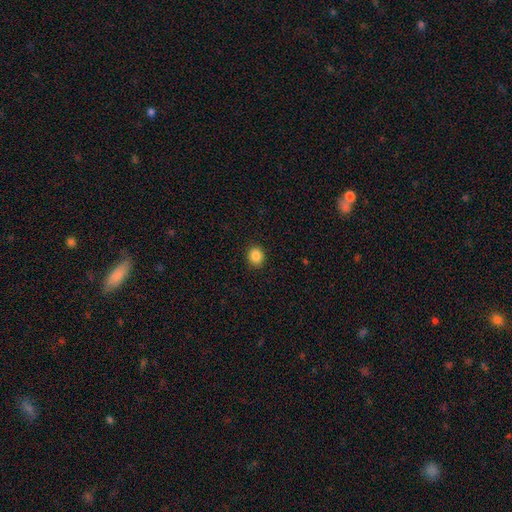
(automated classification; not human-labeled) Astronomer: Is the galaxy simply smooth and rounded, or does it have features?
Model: smooth — 87%.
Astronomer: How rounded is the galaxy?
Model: round — 76%.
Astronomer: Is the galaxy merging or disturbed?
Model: none — 91%.